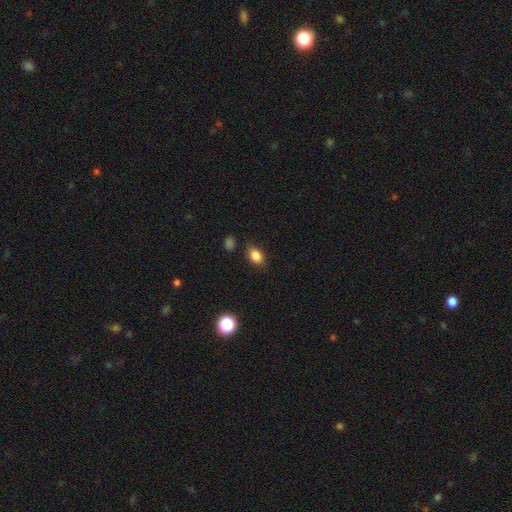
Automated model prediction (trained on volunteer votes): smooth 84%, star or artifact 10%, featured or disk 6%. Down the decision tree: how rounded — in between (79%); merging — none (80%).